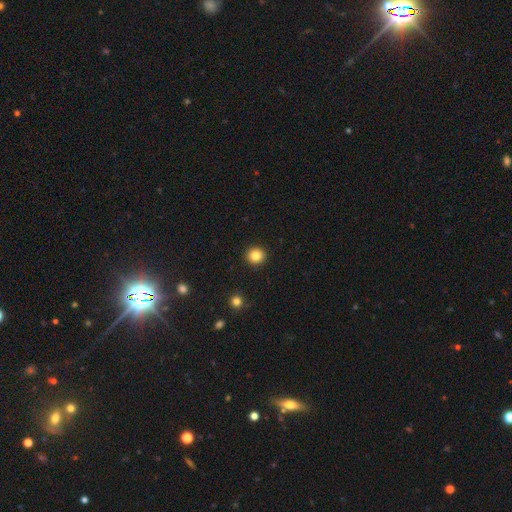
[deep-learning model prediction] Smooth or featured? Predicted: smooth (p=0.84). How rounded? Predicted: round (p=0.93). Merging? Predicted: none (p=0.93).